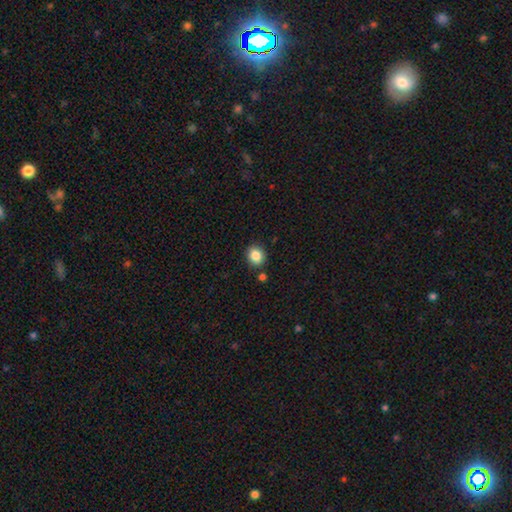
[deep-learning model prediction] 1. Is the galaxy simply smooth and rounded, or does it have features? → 86% smooth, 10% star or artifact, 5% featured or disk.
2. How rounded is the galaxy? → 67% round, 33% in between, 1% cigar-shaped.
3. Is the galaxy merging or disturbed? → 85% none, 9% minor disturbance, 5% merger, 2% major disturbance.